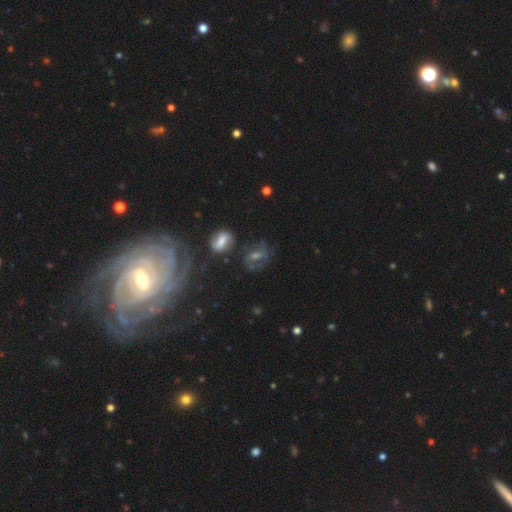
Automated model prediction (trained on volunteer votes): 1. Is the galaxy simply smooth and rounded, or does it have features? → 51% featured or disk, 29% smooth, 20% star or artifact.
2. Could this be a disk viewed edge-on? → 93% no, 7% yes.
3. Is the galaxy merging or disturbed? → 61% none, 18% minor disturbance, 12% major disturbance, 9% merger.